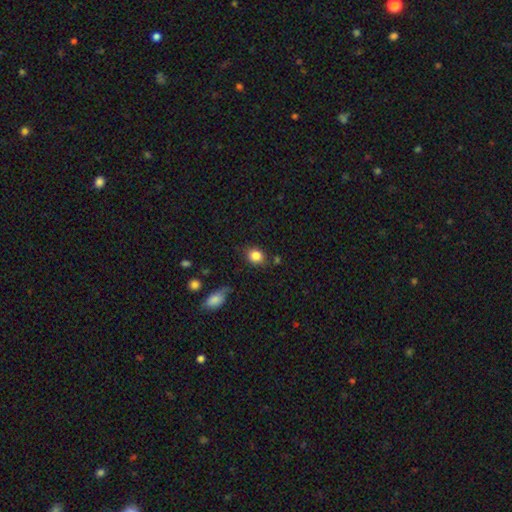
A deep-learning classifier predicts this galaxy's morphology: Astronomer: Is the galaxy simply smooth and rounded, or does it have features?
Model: smooth — 85%.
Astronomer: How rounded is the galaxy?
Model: round — 60% (runner-up: in between, 38%).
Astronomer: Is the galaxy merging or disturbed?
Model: none — 78%.